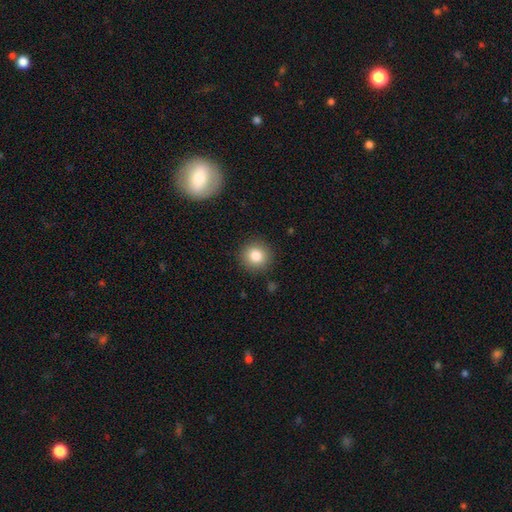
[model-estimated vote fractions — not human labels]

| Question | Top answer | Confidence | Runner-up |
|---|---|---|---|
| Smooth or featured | smooth | 83% | star or artifact (10%) |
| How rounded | round | 93% | in between (6%) |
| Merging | none | 90% | minor disturbance (6%) |